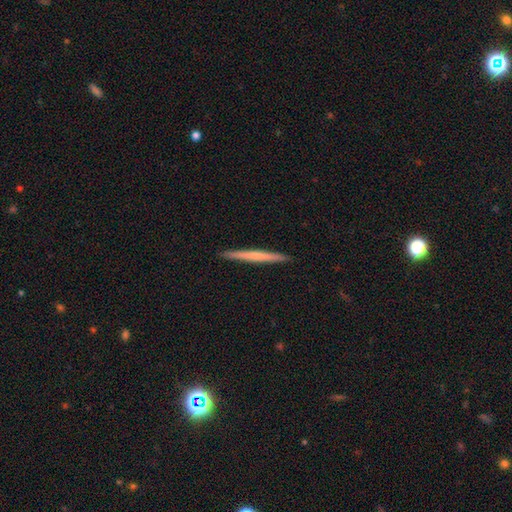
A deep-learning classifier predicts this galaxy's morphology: Q: Smooth or featured?
A: smooth (51%); runner-up: featured or disk (43%)
Q: How rounded?
A: cigar-shaped (97%); runner-up: in between (2%)
Q: Merging?
A: none (93%); runner-up: minor disturbance (5%)